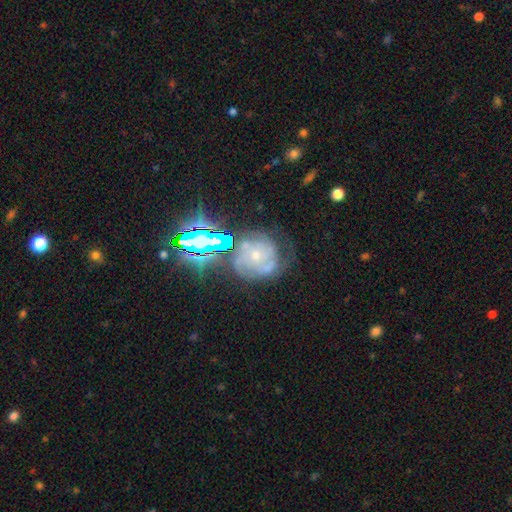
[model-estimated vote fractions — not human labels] Smooth or featured? Predicted: featured or disk (p=0.61). Edge-on disk? Predicted: no (p=0.97). Bar? Predicted: no (p=0.78). Spiral arms? Predicted: yes (p=0.86). Spiral winding? Predicted: tight (p=0.60). Spiral arm count? Predicted: can't tell (p=0.37). Bulge size? Predicted: small (p=0.62). Merging? Predicted: none (p=0.53).